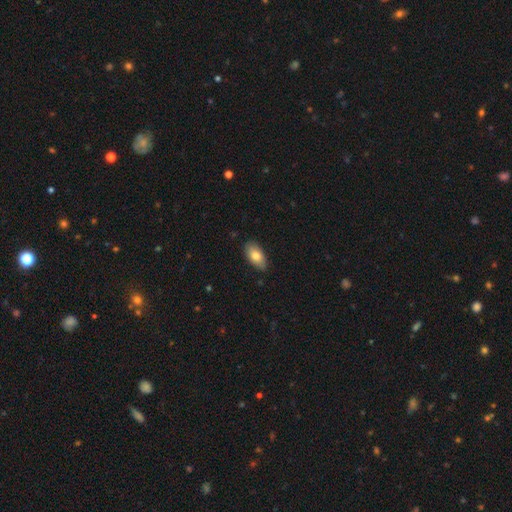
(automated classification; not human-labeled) smooth_or_featured: smooth (p=0.80) [alt: featured or disk p=0.14]
how_rounded: in between (p=0.92) [alt: cigar-shaped p=0.05]
merging: none (p=0.84) [alt: minor disturbance p=0.13]